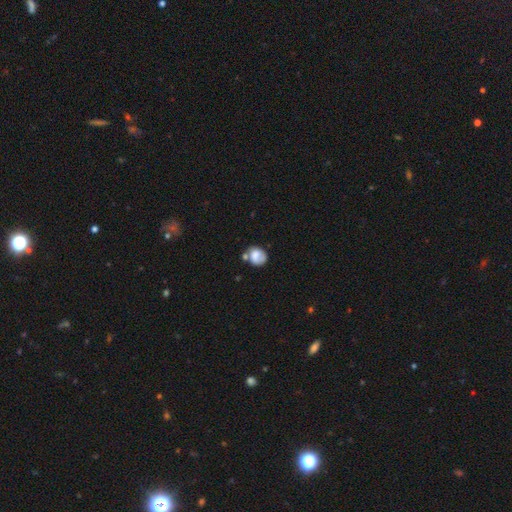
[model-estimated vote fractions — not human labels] A smooth galaxy with no disk features (71%) that is round (66%). Merging: none (45%).